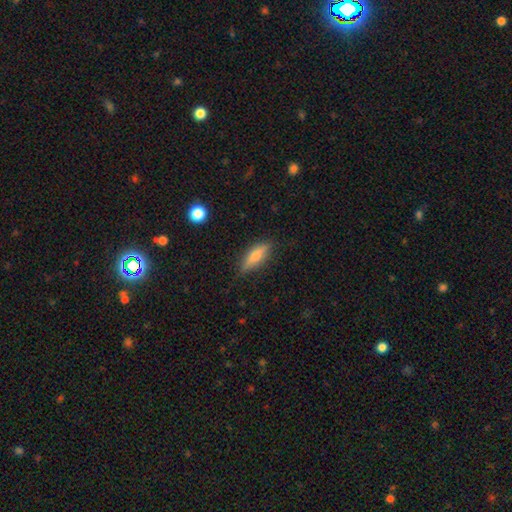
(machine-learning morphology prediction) A smooth galaxy with no disk features (58%) that is cigar-shaped (54%).

Vote fractions:
- Smooth or featured? smooth: 58% / featured or disk: 34% / star or artifact: 8%
- How rounded? cigar-shaped: 54% / in between: 43% / round: 3%
- Merging? none: 82% / minor disturbance: 14% / major disturbance: 3% / merger: 1%